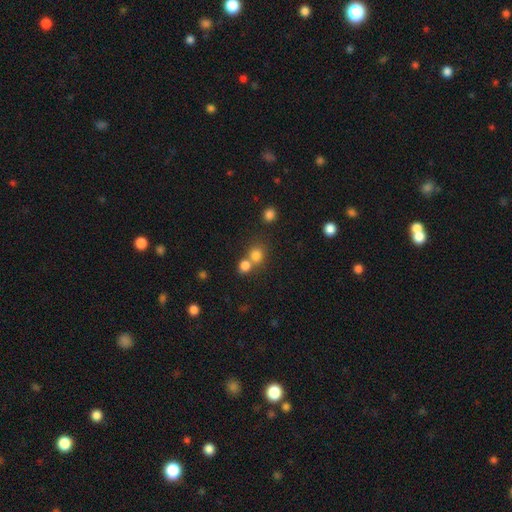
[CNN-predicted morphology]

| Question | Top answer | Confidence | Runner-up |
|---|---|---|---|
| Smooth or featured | smooth | 78% | star or artifact (14%) |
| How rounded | round | 81% | in between (18%) |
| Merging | none | 49% | merger (41%) |